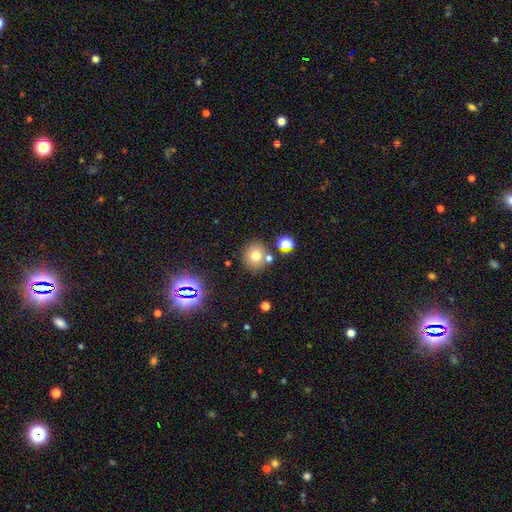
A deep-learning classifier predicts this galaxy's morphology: This is likely a smooth galaxy (71%). How rounded: clearly round (87%). Merging: likely none (75%).